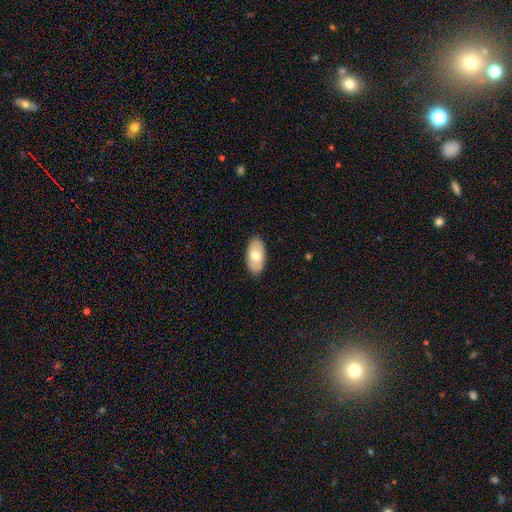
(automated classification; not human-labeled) Q: Smooth or featured?
A: smooth (70%); runner-up: featured or disk (25%)
Q: How rounded?
A: in between (94%); runner-up: round (3%)
Q: Merging?
A: none (88%); runner-up: minor disturbance (9%)